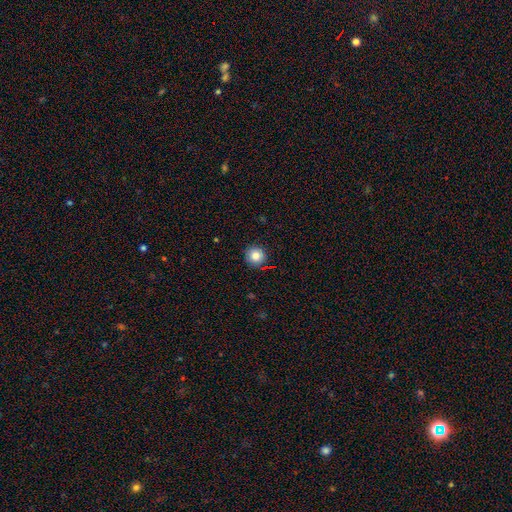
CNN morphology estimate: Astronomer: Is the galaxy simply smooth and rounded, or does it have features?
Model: smooth — 83%.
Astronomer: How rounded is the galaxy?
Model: round — 94%.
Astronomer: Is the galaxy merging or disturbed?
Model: none — 90%.